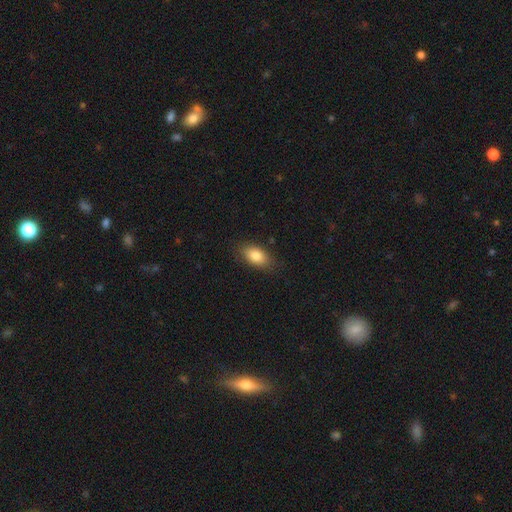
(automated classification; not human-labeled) This is clearly a smooth galaxy (84%). How rounded: clearly in between (89%). Merging: clearly none (82%).